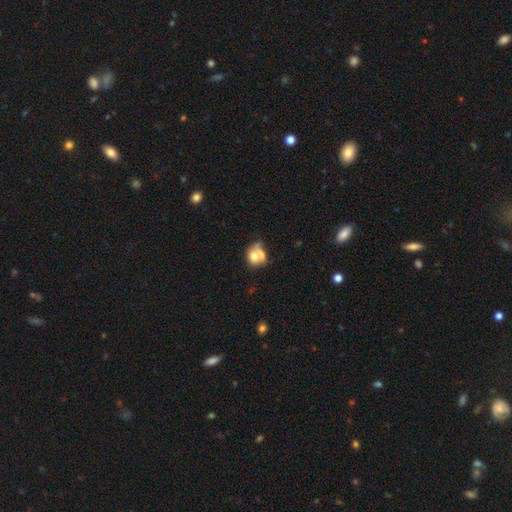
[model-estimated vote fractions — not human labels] Overall: smooth (64%; featured or disk 27%). How rounded: round (60%; in between 39%). Merging: merger (55%; none 25%).